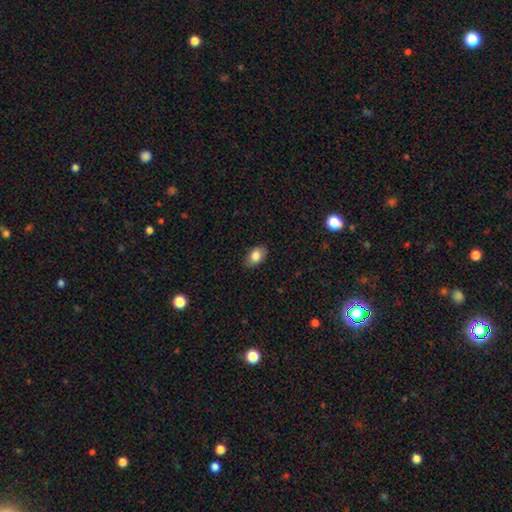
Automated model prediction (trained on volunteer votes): Morphology: type=smooth (84%); roundness=in between (88%); merging=none (85%).